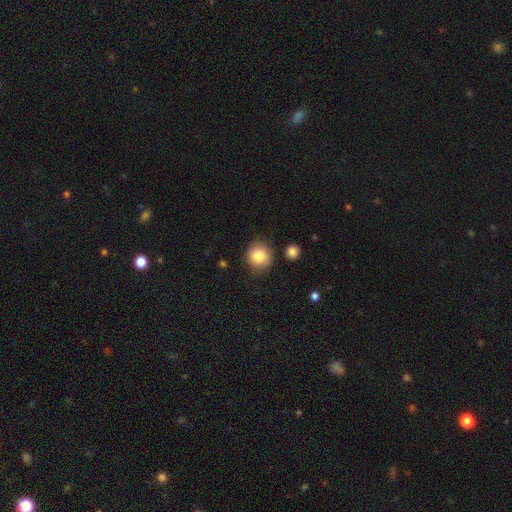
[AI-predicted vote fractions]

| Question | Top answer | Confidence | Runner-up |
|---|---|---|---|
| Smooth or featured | smooth | 85% | star or artifact (9%) |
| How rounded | round | 86% | in between (13%) |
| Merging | none | 77% | minor disturbance (15%) |